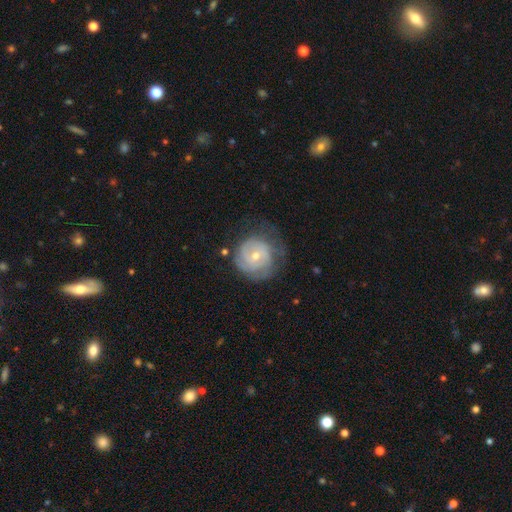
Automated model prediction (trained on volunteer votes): Smooth or featured? featured or disk (70%)
Edge-on disk? no (98%)
Bar? no (57%)
Spiral arms? yes (86%)
Spiral winding? tight (65%)
Spiral arm count? can't tell (42%)
Bulge size? small (53%)
Merging? none (56%)